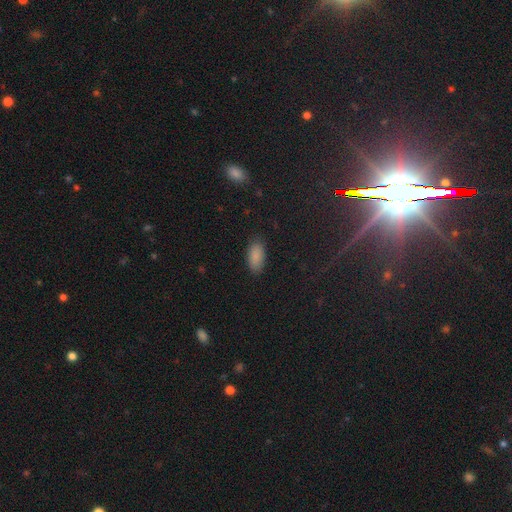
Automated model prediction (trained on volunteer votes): Smooth or featured? smooth (87%)
How rounded? in between (92%)
Merging? none (85%)